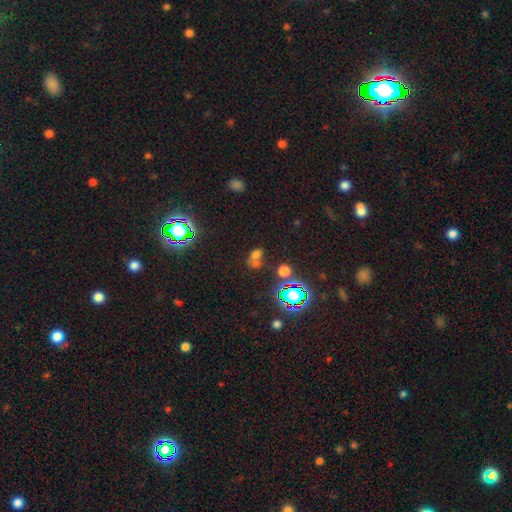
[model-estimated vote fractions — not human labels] Smooth or featured: smooth — 53% (star or artifact — 34%)
How rounded: in between — 54% (round — 44%)
Merging: merger — 47% (none — 36%)